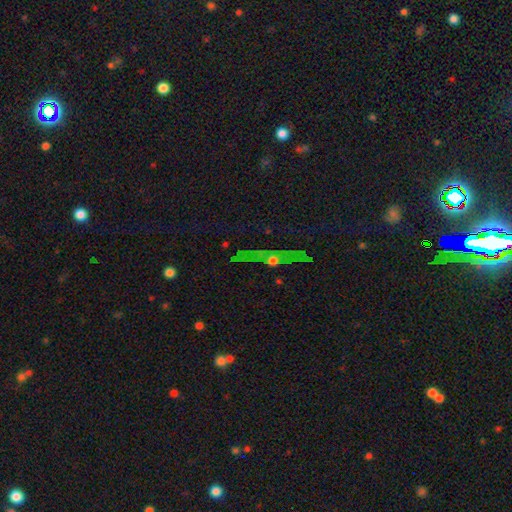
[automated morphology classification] A star or artifact, not a galaxy (65%).

Vote fractions:
- Smooth or featured? star or artifact: 65% / featured or disk: 18% / smooth: 17%